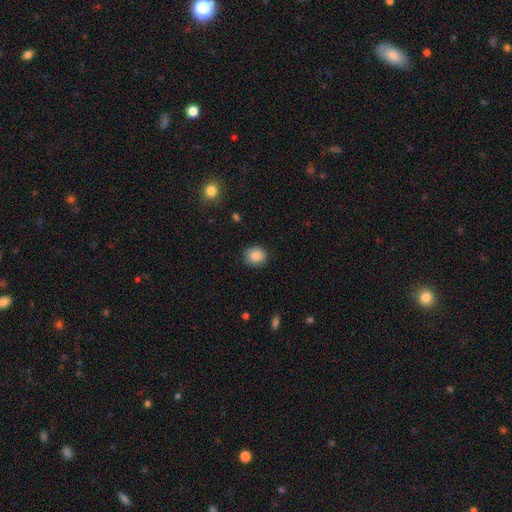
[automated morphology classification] smooth 88%, star or artifact 9%, featured or disk 4%. Down the decision tree: how rounded — round (83%); merging — none (88%).